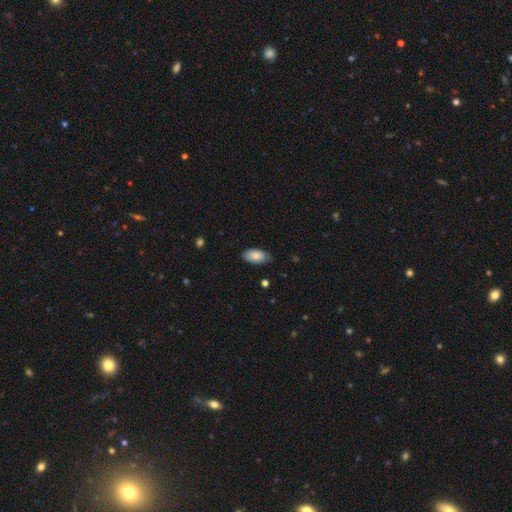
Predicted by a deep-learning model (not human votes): smooth-or-featured: smooth: 83% | featured or disk: 11% | star or artifact: 6%
  how-rounded: in between: 95% | round: 3% | cigar-shaped: 2%
  merging: none: 78% | minor disturbance: 18% | major disturbance: 3% | merger: 1%